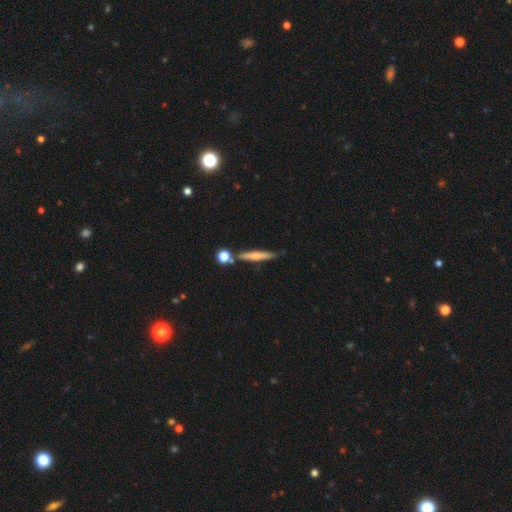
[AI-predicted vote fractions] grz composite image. It shows a smooth galaxy with no disk features (56%) that is cigar-shaped (91%). Merging: none (75%).